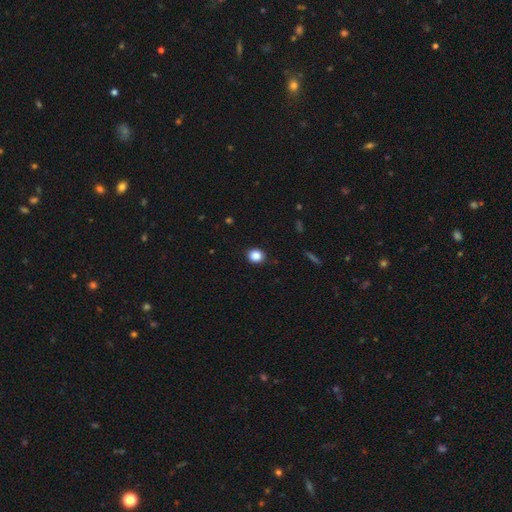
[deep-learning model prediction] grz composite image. It shows a smooth galaxy with no disk features (86%) that is round (80%). Merging: none (90%).